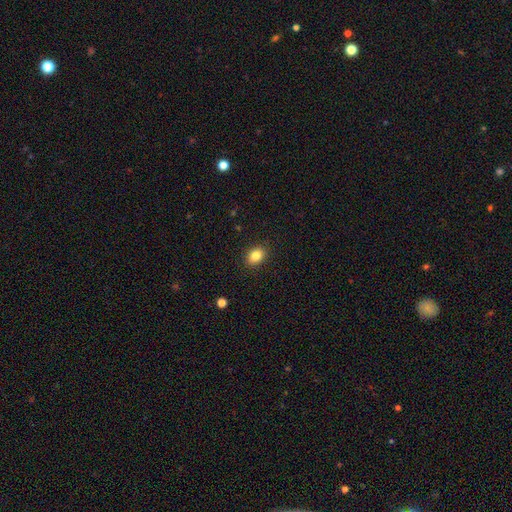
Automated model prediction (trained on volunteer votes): Smooth or featured?
  - smooth: 84% *
  - star or artifact: 9%
  - featured or disk: 7%
How rounded?
  - in between: 69% *
  - round: 30%
  - cigar-shaped: 1%
Merging?
  - none: 89% *
  - minor disturbance: 8%
  - major disturbance: 2%
  - merger: 1%